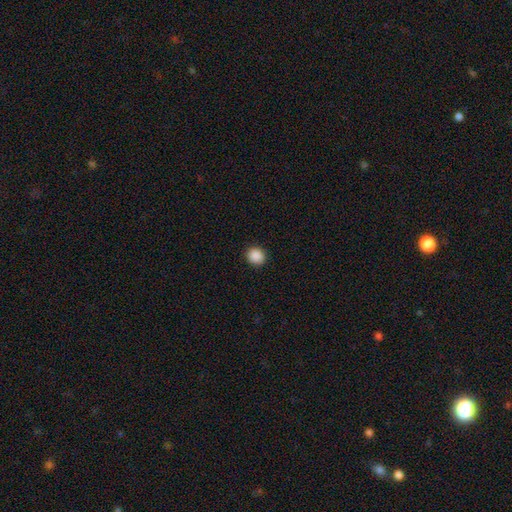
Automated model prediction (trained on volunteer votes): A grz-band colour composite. It shows a smooth galaxy with no disk features (89%) that is round (79%). Merging: none (91%).